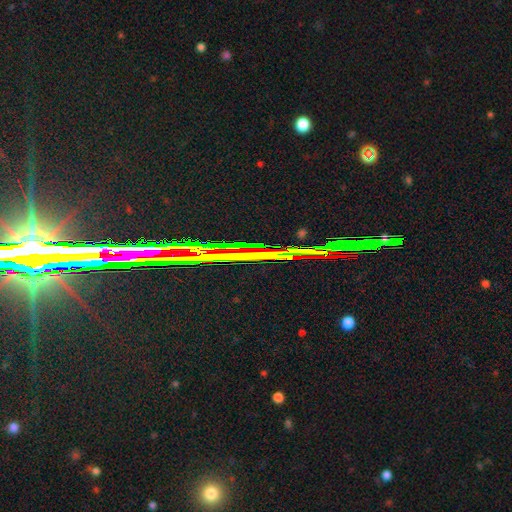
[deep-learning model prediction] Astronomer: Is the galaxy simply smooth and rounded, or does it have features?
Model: star or artifact — 83%.